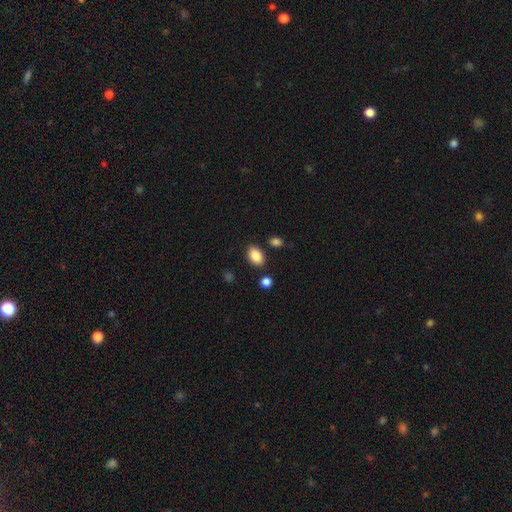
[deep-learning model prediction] Q: Smooth or featured?
A: smooth (88%); runner-up: star or artifact (8%)
Q: How rounded?
A: in between (84%); runner-up: round (15%)
Q: Merging?
A: none (83%); runner-up: minor disturbance (10%)